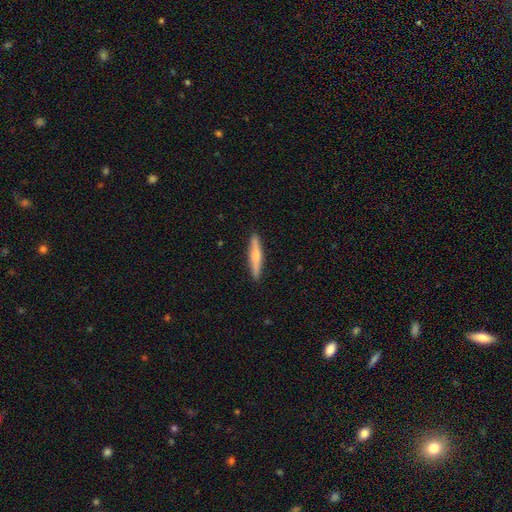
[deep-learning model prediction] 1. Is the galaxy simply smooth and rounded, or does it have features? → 58% smooth, 37% featured or disk, 5% star or artifact.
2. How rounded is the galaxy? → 90% cigar-shaped, 8% in between, 2% round.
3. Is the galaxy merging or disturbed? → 90% none, 7% minor disturbance, 1% major disturbance, 1% merger.